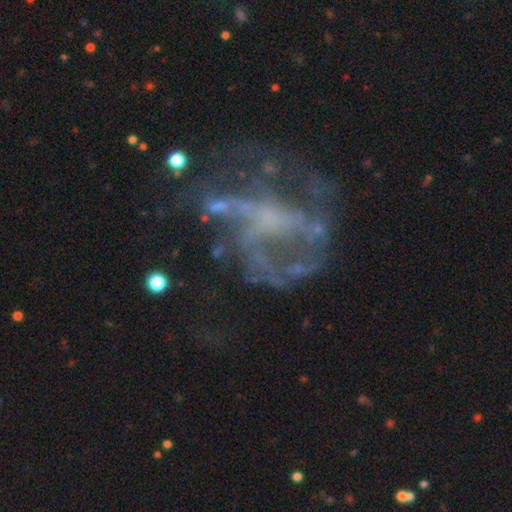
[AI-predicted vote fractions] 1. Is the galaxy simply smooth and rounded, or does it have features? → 71% featured or disk, 17% star or artifact, 12% smooth.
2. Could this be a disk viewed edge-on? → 97% no, 3% yes.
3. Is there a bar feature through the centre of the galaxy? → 69% no, 23% weak, 8% strong.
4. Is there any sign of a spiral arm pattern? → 54% yes, 46% no.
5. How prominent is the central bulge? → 57% none, 27% small, 13% moderate, 2% large, 1% dominant.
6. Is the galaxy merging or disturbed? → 40% none, 38% major disturbance, 16% minor disturbance, 6% merger.